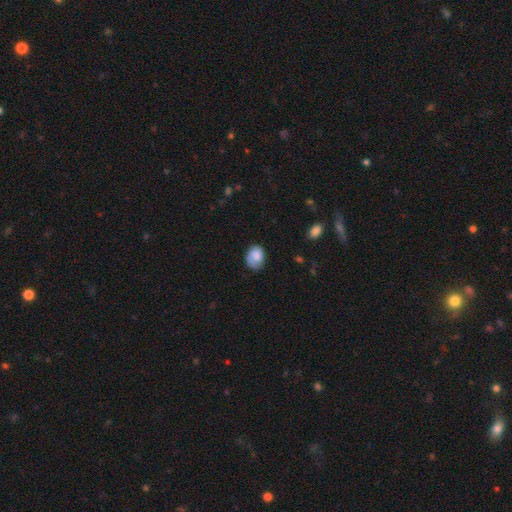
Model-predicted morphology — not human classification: Smooth or featured?
  - smooth: 79% *
  - featured or disk: 14%
  - star or artifact: 7%
How rounded?
  - in between: 67% *
  - round: 33%
  - cigar-shaped: 1%
Merging?
  - none: 55% *
  - minor disturbance: 31%
  - major disturbance: 12%
  - merger: 2%